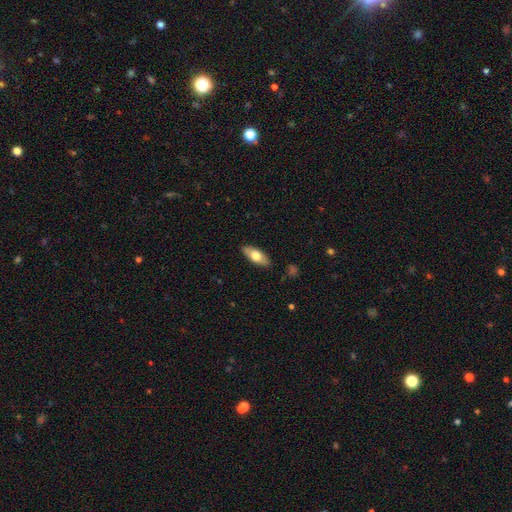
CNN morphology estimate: Smooth or featured?
  - smooth: 65% *
  - featured or disk: 29%
  - star or artifact: 6%
How rounded?
  - in between: 77% *
  - cigar-shaped: 20%
  - round: 3%
Merging?
  - none: 87% *
  - minor disturbance: 10%
  - major disturbance: 2%
  - merger: 1%